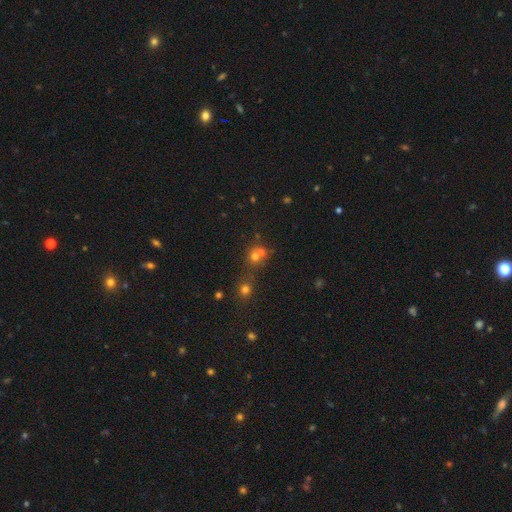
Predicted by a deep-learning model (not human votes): The model was most divided on "merging": merger: 45%, none: 44%, minor disturbance: 7%, major disturbance: 4%. More confident: how rounded — round (84%); smooth or featured — smooth (58%).